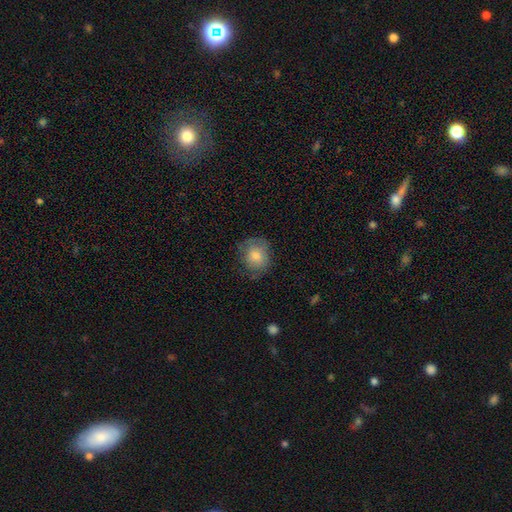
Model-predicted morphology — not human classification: Smooth or featured? Predicted: smooth (p=0.69). How rounded? Predicted: round (p=0.75). Merging? Predicted: none (p=0.68).